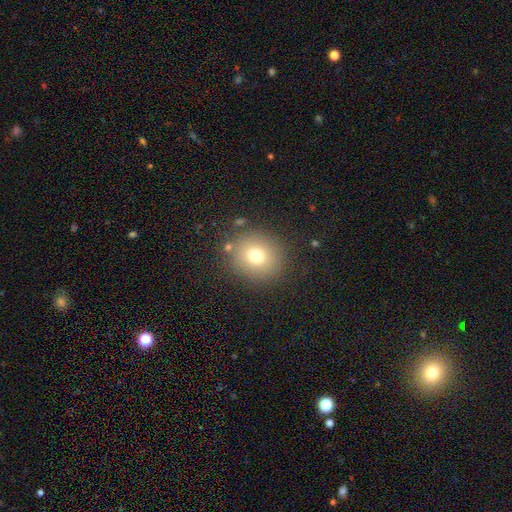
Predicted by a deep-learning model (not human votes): smooth-or-featured: smooth: 73% | star or artifact: 14% | featured or disk: 12%
  how-rounded: round: 83% | in between: 16% | cigar-shaped: 1%
  merging: none: 83% | minor disturbance: 9% | major disturbance: 4% | merger: 3%